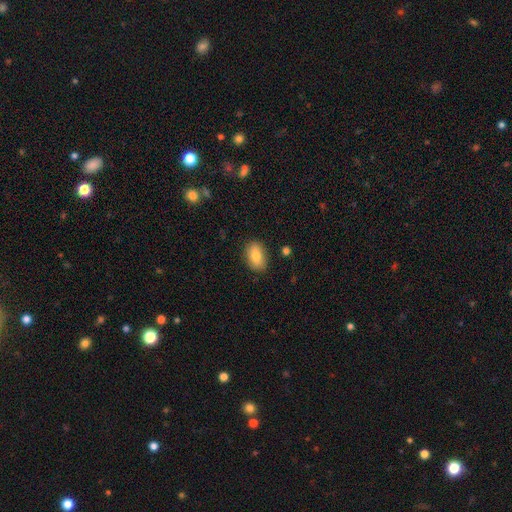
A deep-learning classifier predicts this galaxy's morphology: The model was most divided on "smooth or featured": smooth: 80%, featured or disk: 13%, star or artifact: 7%. More confident: how rounded — in between (86%); merging — none (85%).